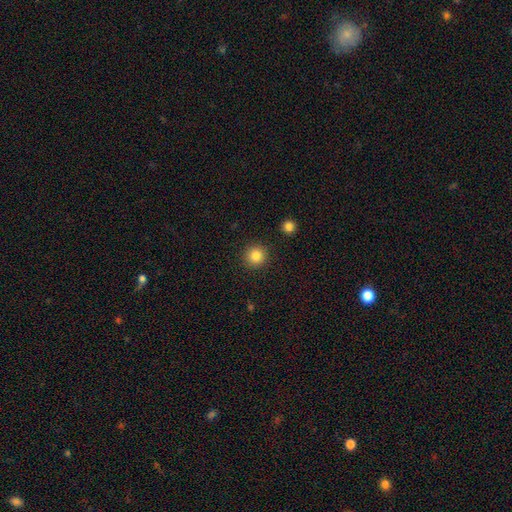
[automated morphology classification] A smooth galaxy with no disk features (83%) that is round (94%).

Vote fractions:
- Smooth or featured? smooth: 83% / star or artifact: 11% / featured or disk: 6%
- How rounded? round: 94% / in between: 5% / cigar-shaped: 1%
- Merging? none: 91% / minor disturbance: 5% / major disturbance: 2% / merger: 1%